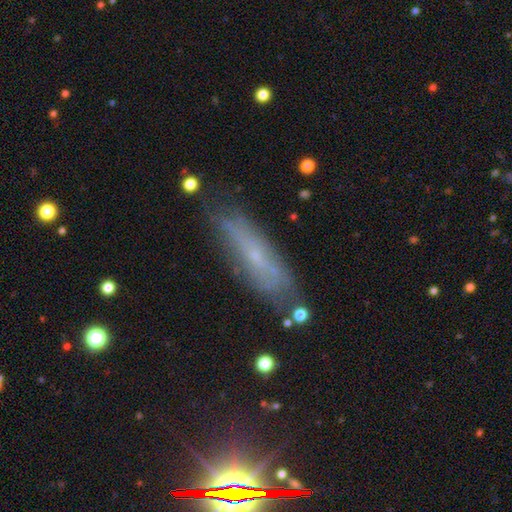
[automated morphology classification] Smooth or featured?
  - featured or disk: 46% *
  - smooth: 41%
  - star or artifact: 12%
Merging?
  - none: 74% *
  - minor disturbance: 18%
  - major disturbance: 5%
  - merger: 3%